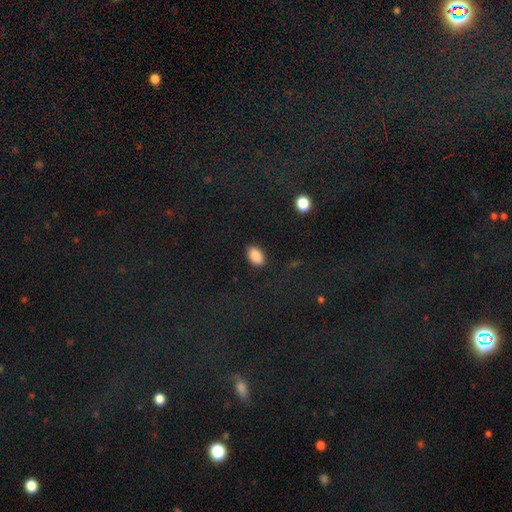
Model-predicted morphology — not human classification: smooth_or_featured: smooth (p=0.88) [alt: star or artifact p=0.08]
how_rounded: in between (p=0.92) [alt: round p=0.07]
merging: none (p=0.87) [alt: minor disturbance p=0.09]